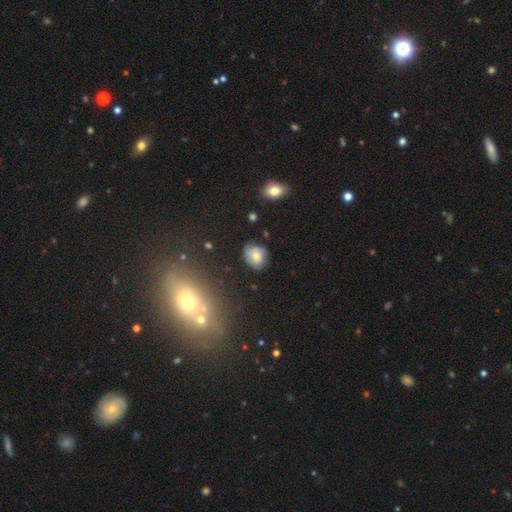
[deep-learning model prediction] Q: Smooth or featured?
A: smooth (57%); runner-up: featured or disk (32%)
Q: How rounded?
A: round (55%); runner-up: in between (44%)
Q: Merging?
A: none (64%); runner-up: minor disturbance (26%)